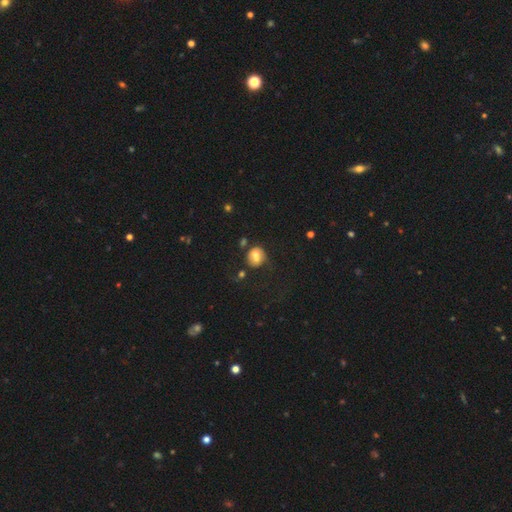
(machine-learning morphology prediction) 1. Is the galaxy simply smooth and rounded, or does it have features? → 67% smooth, 19% featured or disk, 13% star or artifact.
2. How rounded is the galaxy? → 66% round, 32% in between, 1% cigar-shaped.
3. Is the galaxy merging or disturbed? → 49% none, 20% minor disturbance, 20% merger, 10% major disturbance.